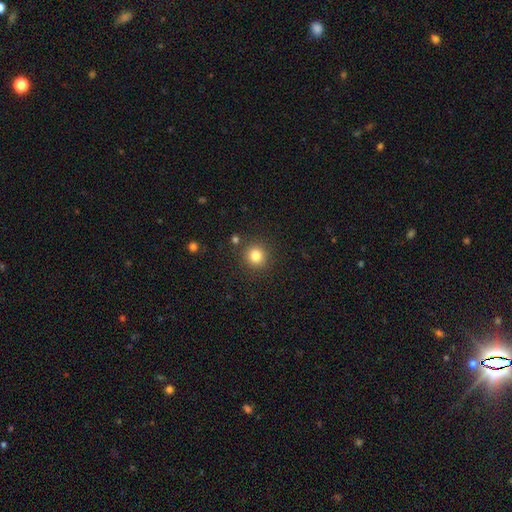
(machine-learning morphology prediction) Smooth or featured: smooth — 82% (star or artifact — 12%)
How rounded: round — 92% (in between — 7%)
Merging: none — 87% (minor disturbance — 7%)